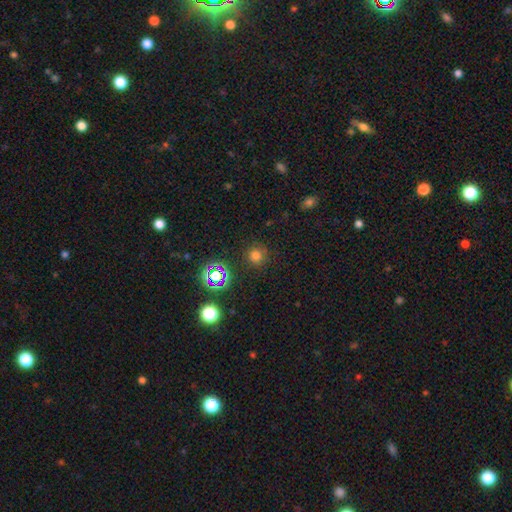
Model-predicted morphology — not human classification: Overall: smooth (70%). How rounded: round (93%). Merging: none (86%).